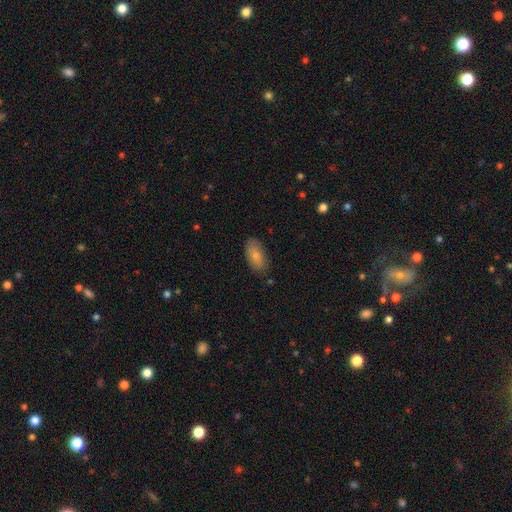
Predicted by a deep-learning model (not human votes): Smooth or featured?
  - smooth: 82% *
  - featured or disk: 12%
  - star or artifact: 6%
How rounded?
  - in between: 92% *
  - cigar-shaped: 5%
  - round: 3%
Merging?
  - none: 81% *
  - minor disturbance: 15%
  - major disturbance: 3%
  - merger: 2%